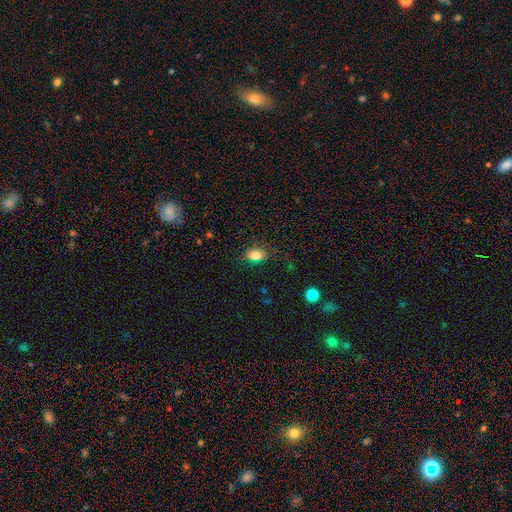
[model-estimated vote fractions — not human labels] smooth-or-featured: smooth: 83% | star or artifact: 10% | featured or disk: 7%
  how-rounded: in between: 81% | round: 18% | cigar-shaped: 2%
  merging: none: 80% | minor disturbance: 15% | major disturbance: 4% | merger: 1%